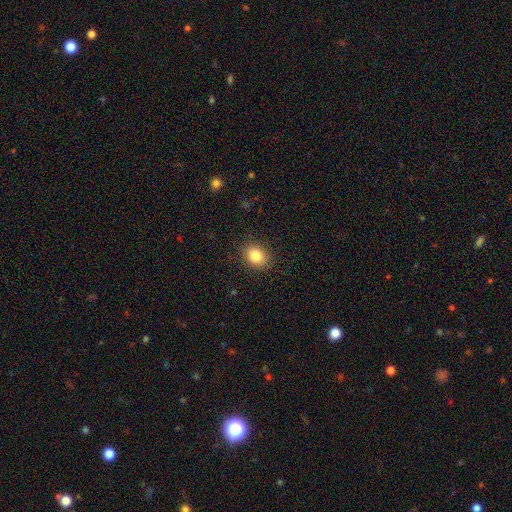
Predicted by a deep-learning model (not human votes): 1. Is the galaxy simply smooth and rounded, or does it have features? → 84% smooth, 9% star or artifact, 6% featured or disk.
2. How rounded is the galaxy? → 51% round, 48% in between, 1% cigar-shaped.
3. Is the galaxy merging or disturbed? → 87% none, 10% minor disturbance, 3% major disturbance, 1% merger.